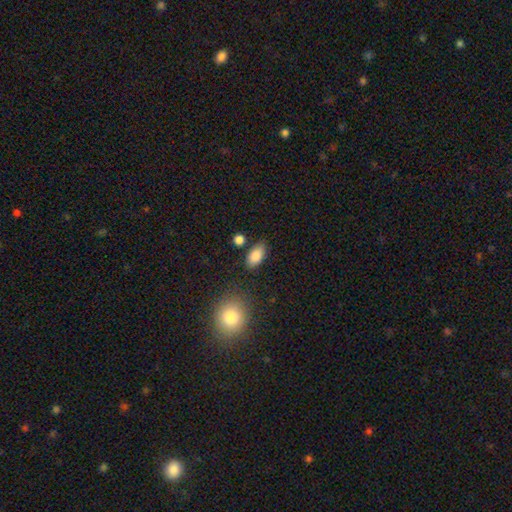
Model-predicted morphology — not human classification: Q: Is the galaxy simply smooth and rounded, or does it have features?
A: smooth — 85%.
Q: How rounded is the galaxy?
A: in between — 91%.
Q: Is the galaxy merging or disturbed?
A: none — 79%.